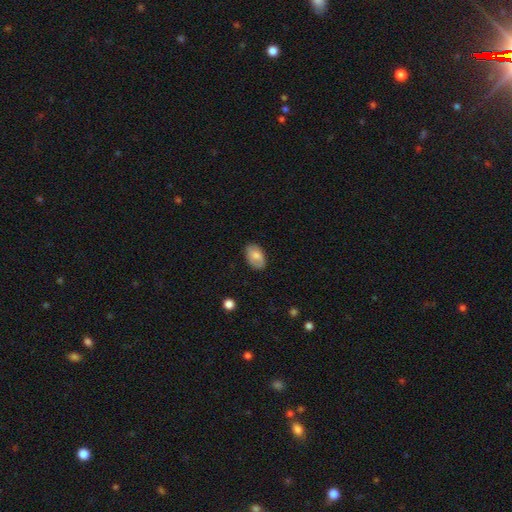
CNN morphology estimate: Smooth or featured?
  - smooth: 76% *
  - featured or disk: 18%
  - star or artifact: 7%
How rounded?
  - in between: 91% *
  - round: 7%
  - cigar-shaped: 1%
Merging?
  - none: 81% *
  - minor disturbance: 15%
  - major disturbance: 3%
  - merger: 1%